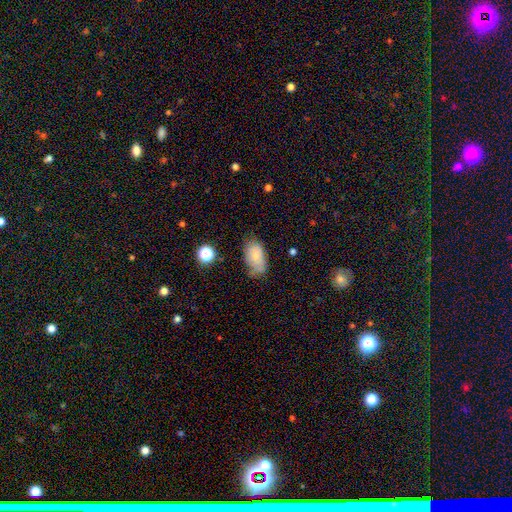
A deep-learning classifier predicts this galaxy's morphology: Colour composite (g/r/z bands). It shows a smooth galaxy with no disk features (68%) that is in between round and cigar-shaped (92%). Merging: none (53%).